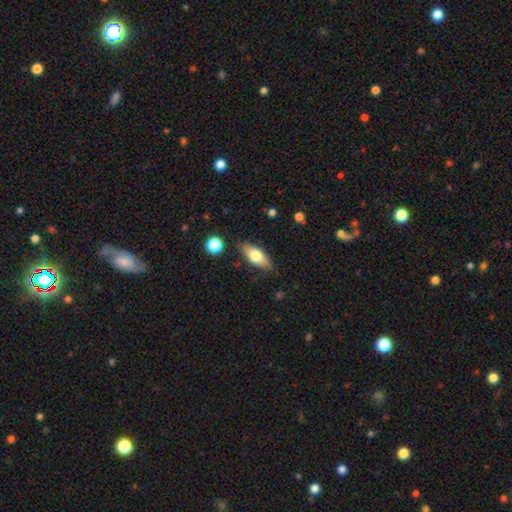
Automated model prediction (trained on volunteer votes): smooth_or_featured: smooth (p=0.68) [alt: featured or disk p=0.25]
how_rounded: in between (p=0.76) [alt: cigar-shaped p=0.20]
merging: none (p=0.84) [alt: minor disturbance p=0.11]